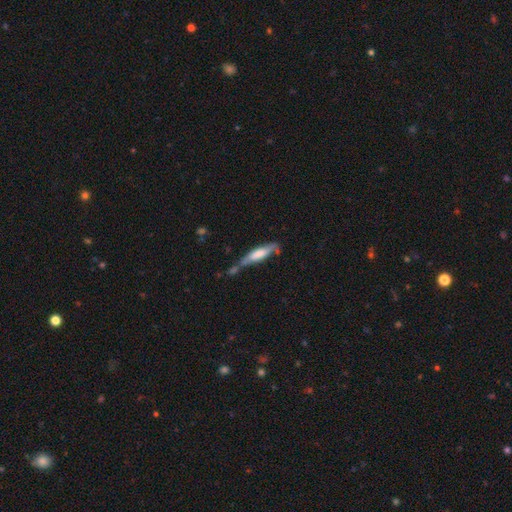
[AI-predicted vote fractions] featured or disk 50%, smooth 42%, star or artifact 8%. Down the decision tree: edge-on disk — yes (75%); merging — none (44%).